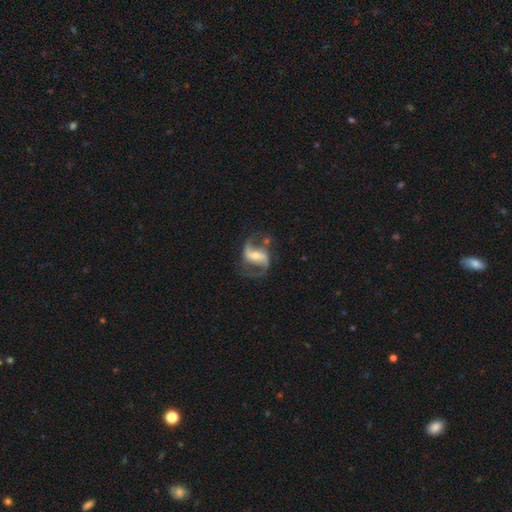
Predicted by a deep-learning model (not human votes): Overall: featured or disk (88%). Edge-on disk: no (97%). Bar: strong (47%; weak 36%). Spiral arms: yes (95%). Spiral arm count: 2 (91%). Spiral winding: loose (55%; medium 38%). Bulge size: moderate (46%; small 43%). Merging: none (70%).